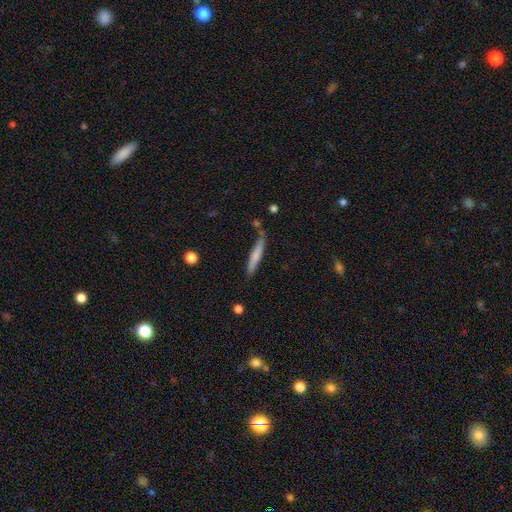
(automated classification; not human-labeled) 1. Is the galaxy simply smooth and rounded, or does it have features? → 70% smooth, 25% featured or disk, 6% star or artifact.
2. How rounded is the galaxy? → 92% cigar-shaped, 7% in between, 1% round.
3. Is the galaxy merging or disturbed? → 76% none, 15% minor disturbance, 5% merger, 3% major disturbance.